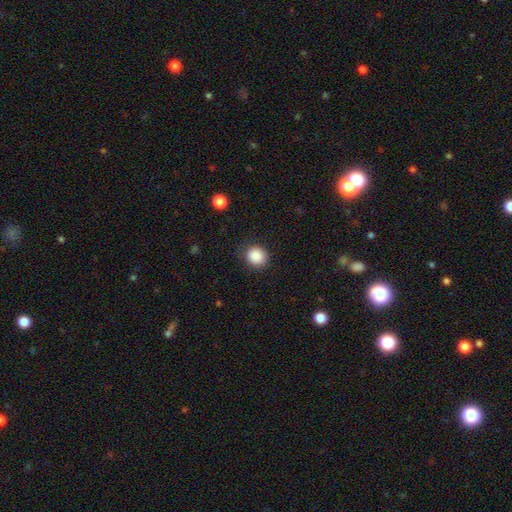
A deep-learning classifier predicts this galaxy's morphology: Smooth or featured?
  - smooth: 88% *
  - star or artifact: 9%
  - featured or disk: 3%
How rounded?
  - round: 83% *
  - in between: 17%
  - cigar-shaped: 1%
Merging?
  - none: 86% *
  - minor disturbance: 10%
  - major disturbance: 3%
  - merger: 1%